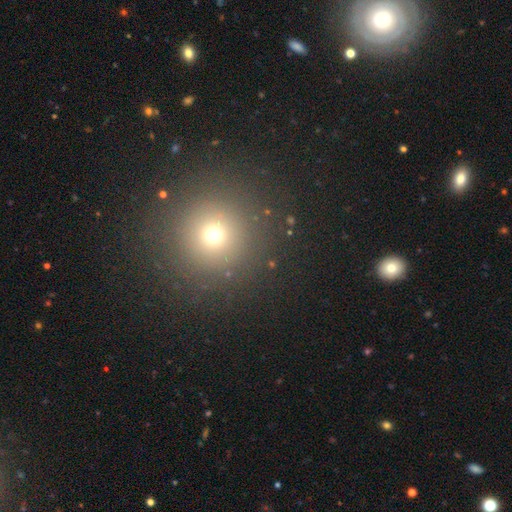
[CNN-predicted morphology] A smooth galaxy with no disk features (65%) that is round (96%). Merging: none (91%).